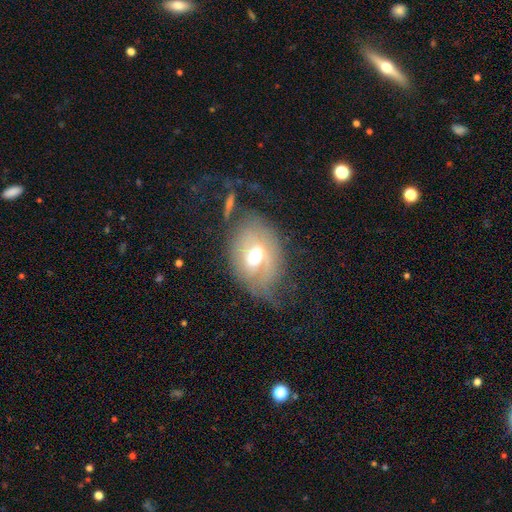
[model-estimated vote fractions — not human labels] This is possibly a featured or disk galaxy (53%). It is clearly not viewed edge-on (90%). Merging: marginally none (41%).